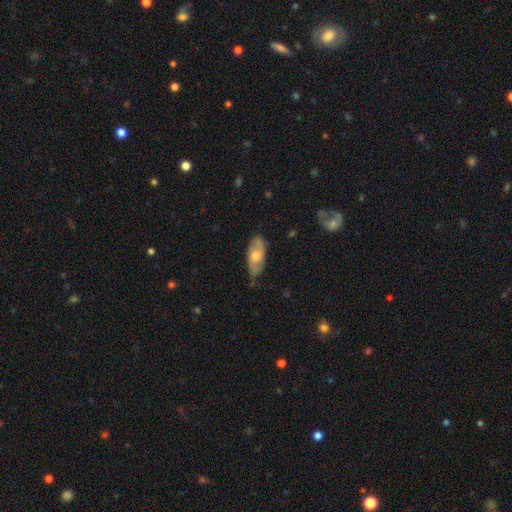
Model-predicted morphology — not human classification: Smooth or featured?
  - smooth: 49% *
  - featured or disk: 45%
  - star or artifact: 6%
Merging?
  - none: 76% *
  - minor disturbance: 19%
  - major disturbance: 3%
  - merger: 1%